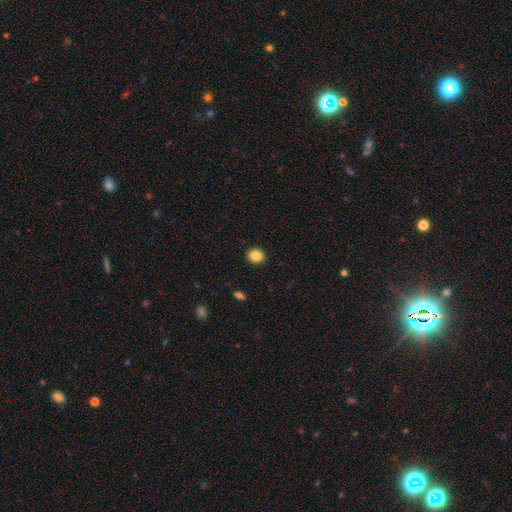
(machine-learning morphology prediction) Q: Smooth or featured?
A: smooth (87%); runner-up: star or artifact (9%)
Q: How rounded?
A: round (79%); runner-up: in between (20%)
Q: Merging?
A: none (92%); runner-up: minor disturbance (5%)